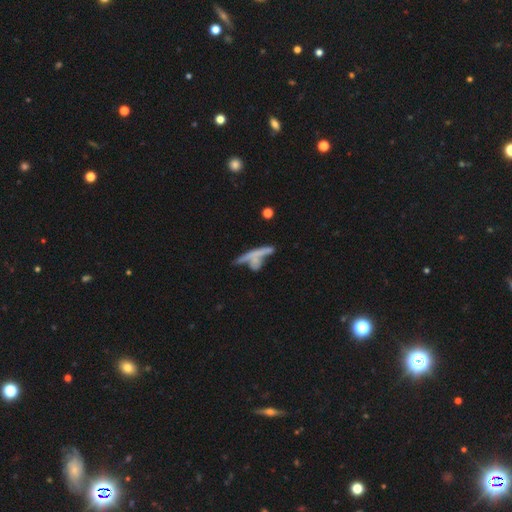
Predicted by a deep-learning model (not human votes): A smooth galaxy with no disk features (47%).

Vote fractions:
- Smooth or featured? smooth: 47% / featured or disk: 41% / star or artifact: 12%
- Merging? merger: 40% / none: 37% / minor disturbance: 12% / major disturbance: 10%